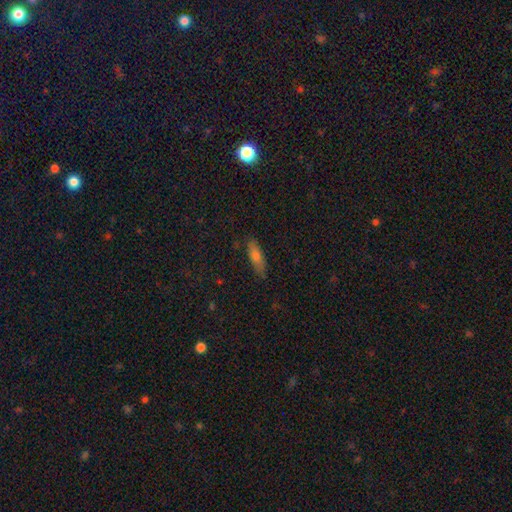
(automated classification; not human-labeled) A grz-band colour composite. It shows a smooth galaxy with no disk features (70%) that is in between round and cigar-shaped (49%, tied with cigar-shaped). Merging: none (83%).